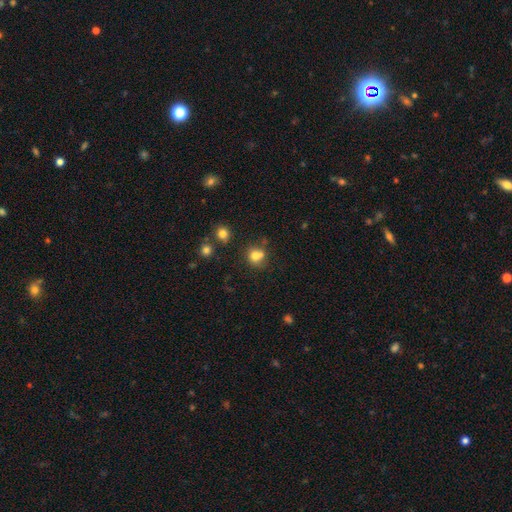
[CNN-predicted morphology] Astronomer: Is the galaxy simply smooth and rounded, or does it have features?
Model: smooth — 77%.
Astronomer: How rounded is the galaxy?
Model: round — 83%.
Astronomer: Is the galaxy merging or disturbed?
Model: none — 57%.